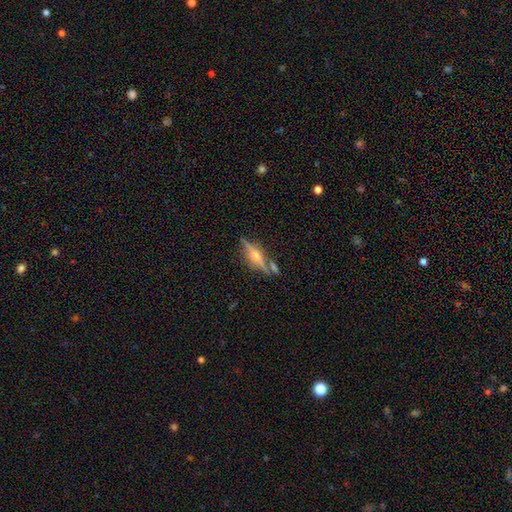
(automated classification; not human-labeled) smooth-or-featured: featured or disk: 73% | smooth: 18% | star or artifact: 9%
  disk-edge-on: yes: 95% | no: 5%
    edge-on-bulge: rounded: 91% | boxy: 6% | none: 3%
  merging: none: 79% | minor disturbance: 11% | merger: 7% | major disturbance: 3%